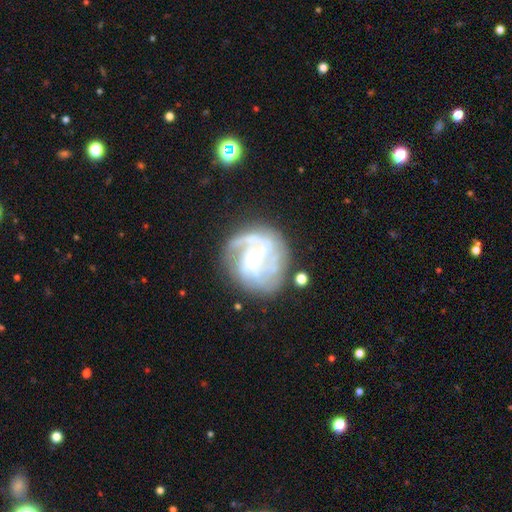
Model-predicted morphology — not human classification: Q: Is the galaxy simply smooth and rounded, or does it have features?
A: featured or disk — 81%.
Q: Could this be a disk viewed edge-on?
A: no — 98%.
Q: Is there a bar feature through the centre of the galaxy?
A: no — 49%.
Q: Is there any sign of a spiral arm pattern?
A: yes — 89%.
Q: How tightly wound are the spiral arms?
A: medium — 43%.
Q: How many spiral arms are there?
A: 2 — 32%.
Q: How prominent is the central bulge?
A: small — 76%.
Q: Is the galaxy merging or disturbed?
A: none — 62%.